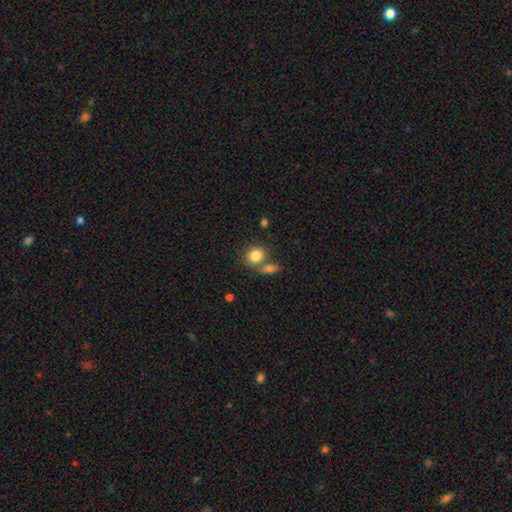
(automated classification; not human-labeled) Overall: smooth (83%). How rounded: round (73%). Merging: none (54%; merger 32%).